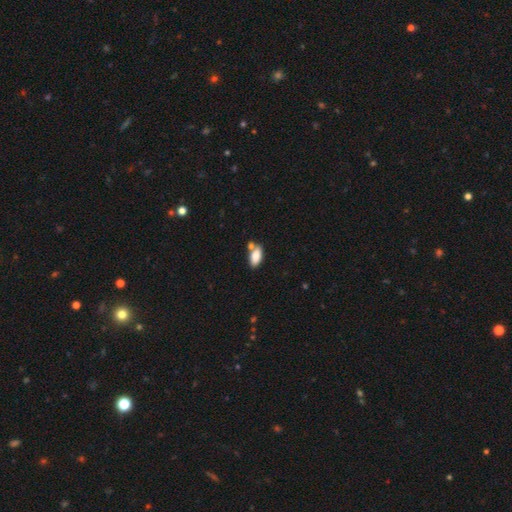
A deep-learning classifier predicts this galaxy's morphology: The model was most divided on "merging": none: 59%, merger: 23%, minor disturbance: 14%, major disturbance: 4%. More confident: how rounded — in between (90%); smooth or featured — smooth (83%).